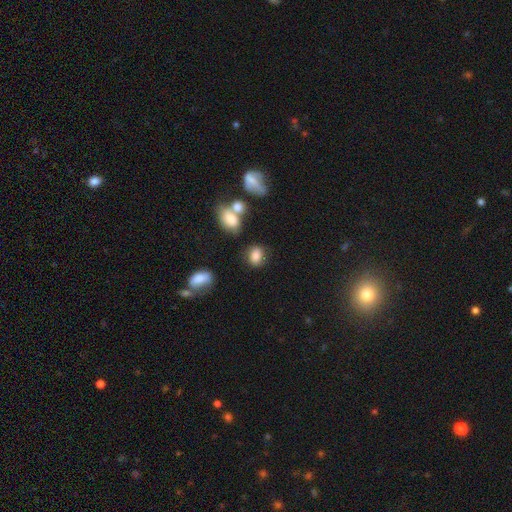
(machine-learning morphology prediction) Q: Smooth or featured?
A: smooth (80%); runner-up: star or artifact (11%)
Q: How rounded?
A: in between (62%); runner-up: round (37%)
Q: Merging?
A: none (71%); runner-up: minor disturbance (16%)